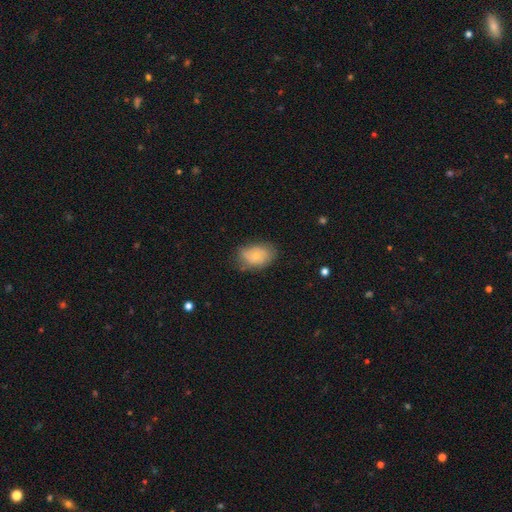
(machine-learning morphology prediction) Smooth or featured? Predicted: smooth (p=0.58). How rounded? Predicted: in between (p=0.81). Merging? Predicted: none (p=0.63).